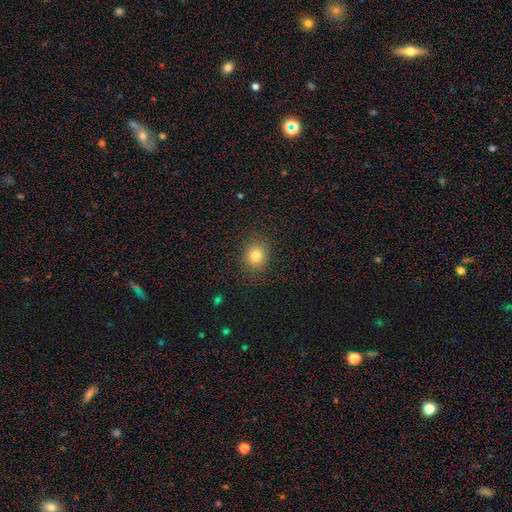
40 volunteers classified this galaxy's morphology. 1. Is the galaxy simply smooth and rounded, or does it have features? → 90% smooth, 8% star or artifact, 2% featured or disk.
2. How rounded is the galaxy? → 83% round, 14% in between, 3% cigar-shaped.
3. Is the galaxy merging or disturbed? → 92% none, 5% minor disturbance, 3% major disturbance, 0% merger.